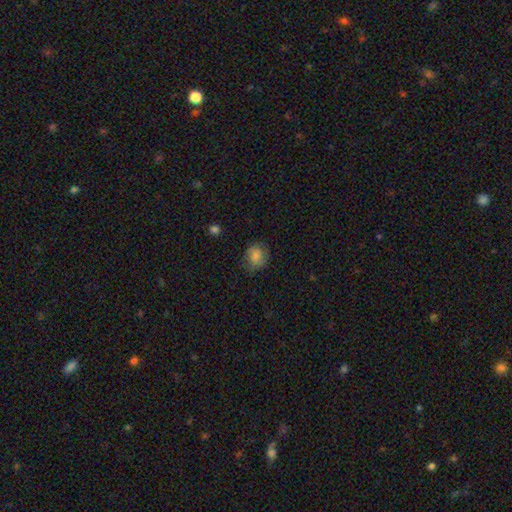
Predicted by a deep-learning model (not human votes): A smooth galaxy with no disk features (74%) that is round (66%). Merging: none (71%).